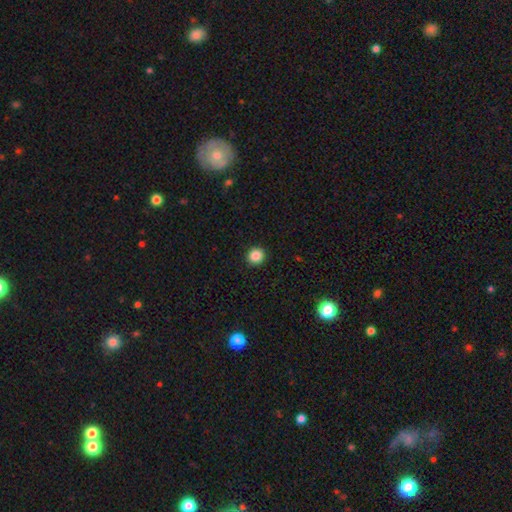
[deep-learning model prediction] This is clearly a smooth galaxy (86%). How rounded: clearly round (91%). Merging: clearly none (93%).